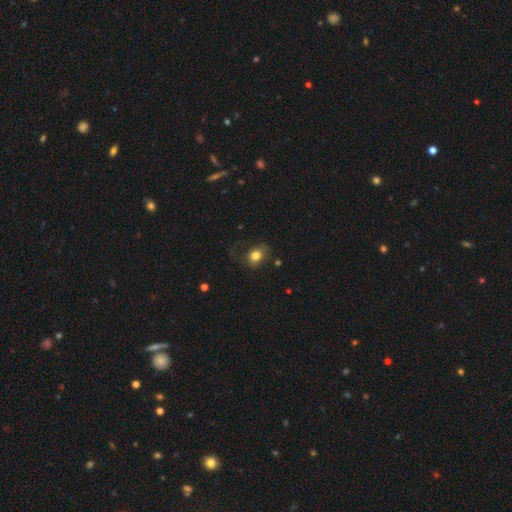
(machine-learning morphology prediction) Smooth or featured?
  - smooth: 80% *
  - star or artifact: 10%
  - featured or disk: 10%
How rounded?
  - round: 52% *
  - in between: 47%
  - cigar-shaped: 1%
Merging?
  - none: 66% *
  - minor disturbance: 21%
  - major disturbance: 11%
  - merger: 2%